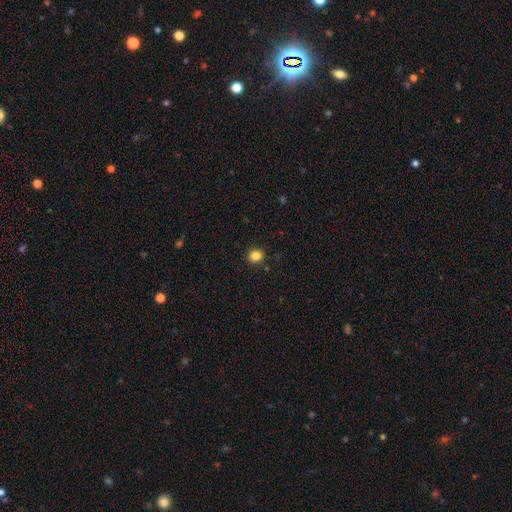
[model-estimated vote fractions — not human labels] Smooth or featured? smooth (84%)
How rounded? round (80%)
Merging? none (90%)